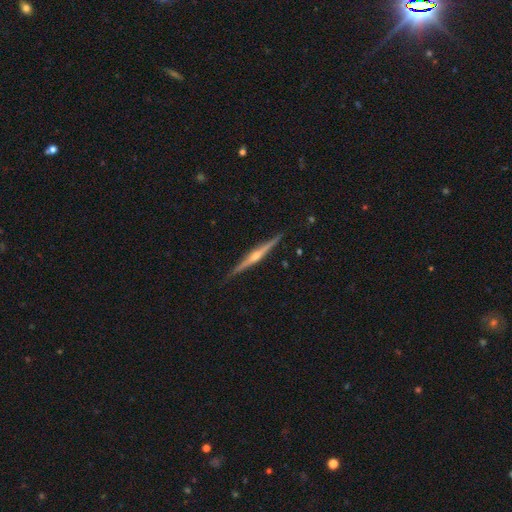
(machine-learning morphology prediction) This appears to be a featured or disk galaxy (82%) viewed edge-on (98%) with a rounded central bulge (88%). Merging: none (90%).